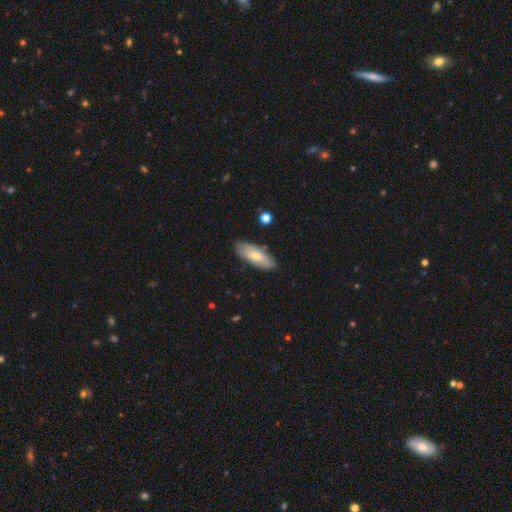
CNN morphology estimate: Q: Smooth or featured?
A: smooth (65%); runner-up: featured or disk (30%)
Q: How rounded?
A: in between (71%); runner-up: cigar-shaped (27%)
Q: Merging?
A: none (83%); runner-up: minor disturbance (12%)